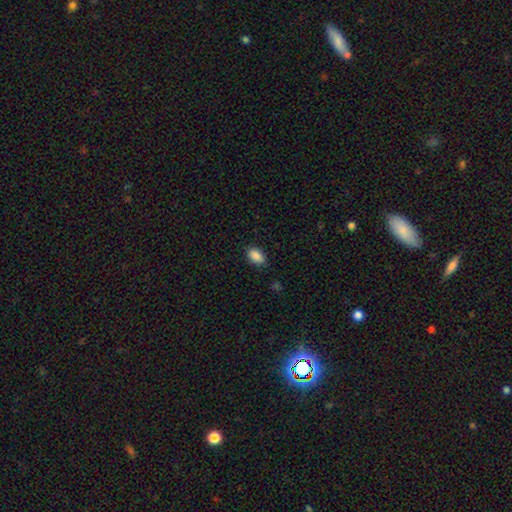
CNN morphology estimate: Q: Smooth or featured?
A: smooth (89%); runner-up: star or artifact (8%)
Q: How rounded?
A: in between (91%); runner-up: round (8%)
Q: Merging?
A: none (85%); runner-up: minor disturbance (11%)